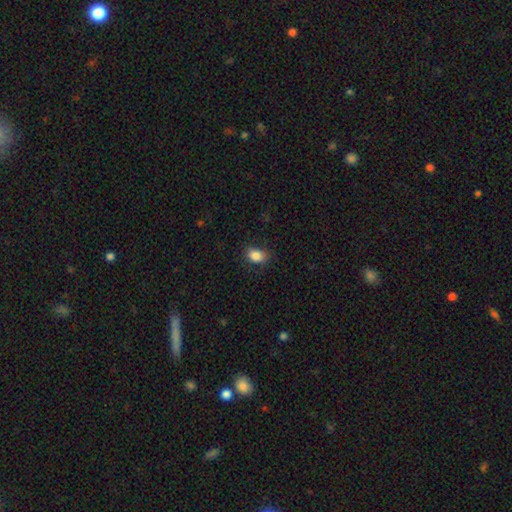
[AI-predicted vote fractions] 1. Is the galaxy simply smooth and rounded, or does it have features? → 86% smooth, 9% star or artifact, 5% featured or disk.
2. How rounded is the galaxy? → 76% in between, 23% round, 1% cigar-shaped.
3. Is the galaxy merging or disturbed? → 78% none, 16% minor disturbance, 4% major disturbance, 1% merger.